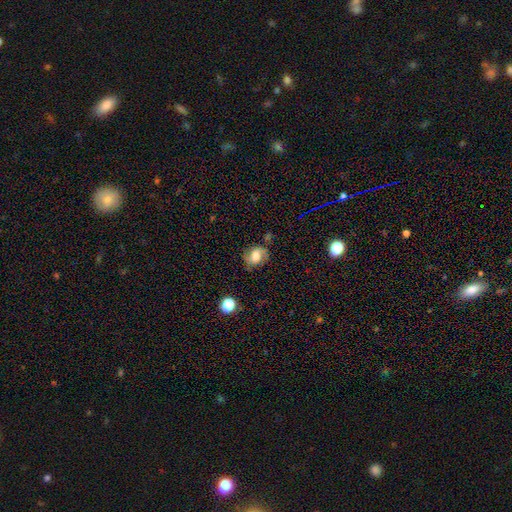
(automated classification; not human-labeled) smooth_or_featured: featured or disk (p=0.54) [alt: smooth p=0.36]
disk_edge_on: no (p=0.97) [alt: yes p=0.03]
bar: no (p=0.46) [alt: weak p=0.40]
has_spiral_arms: yes (p=0.88) [alt: no p=0.12]
bulge_size: moderate (p=0.42) [alt: large p=0.37]
merging: none (p=0.72) [alt: minor disturbance p=0.19]